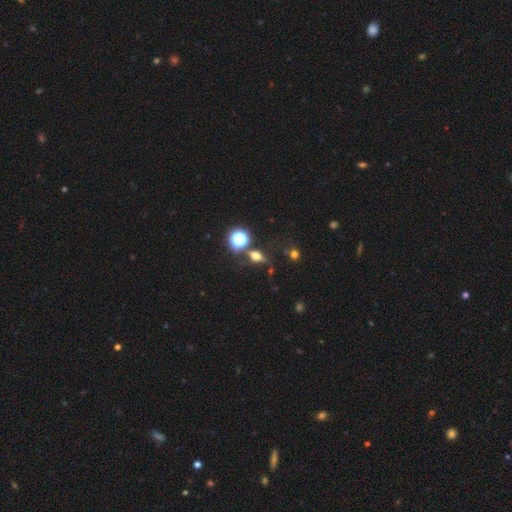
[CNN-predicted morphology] This is possibly a smooth galaxy (52%). How rounded: possibly in between (50%). Merging: likely none (66%).